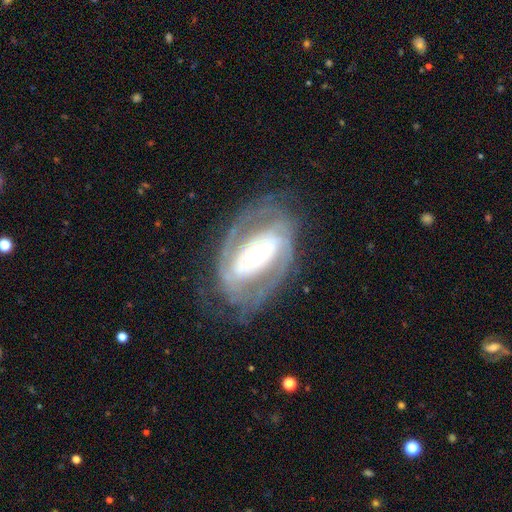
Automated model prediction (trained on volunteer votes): smooth_or_featured: featured or disk (p=0.85) [alt: smooth p=0.10]
disk_edge_on: no (p=0.95) [alt: yes p=0.05]
bar: strong (p=0.36) [alt: no p=0.33]
has_spiral_arms: yes (p=0.87) [alt: no p=0.13]
spiral_winding: tight (p=0.50) [alt: medium p=0.37]
spiral_arm_count: 2 (p=0.68) [alt: can't tell p=0.17]
bulge_size: moderate (p=0.59) [alt: small p=0.24]
merging: none (p=0.70) [alt: minor disturbance p=0.17]